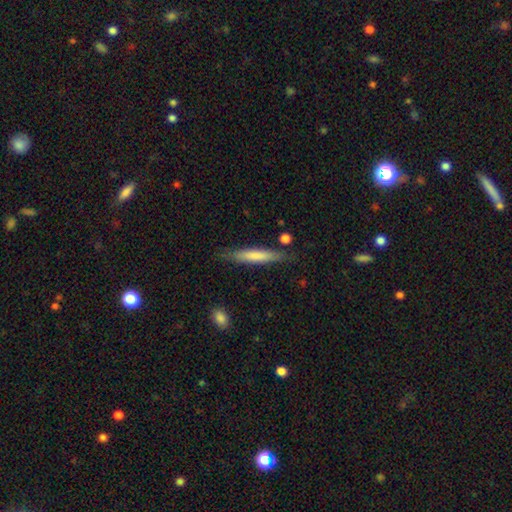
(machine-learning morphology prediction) smooth 68%, featured or disk 27%, star or artifact 5%. Down the decision tree: how rounded — cigar-shaped (91%); merging — none (82%).